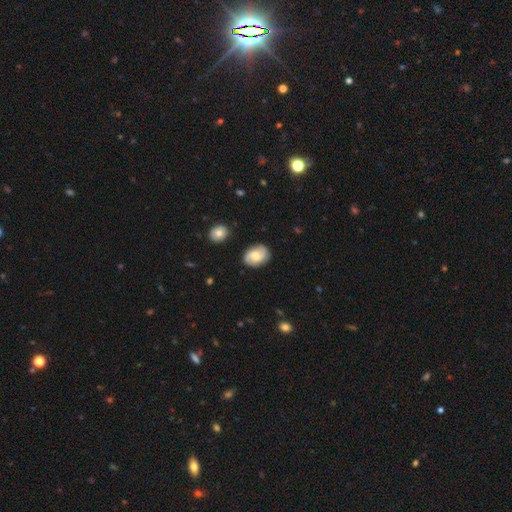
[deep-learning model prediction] Smooth or featured: featured or disk — 47% (smooth — 45%)
Merging: none — 79% (minor disturbance — 15%)